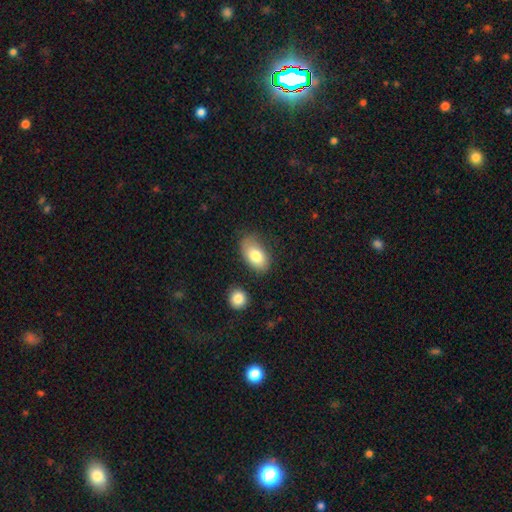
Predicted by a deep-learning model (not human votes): Smooth or featured? Predicted: smooth (p=0.79). How rounded? Predicted: in between (p=0.92). Merging? Predicted: none (p=0.71).